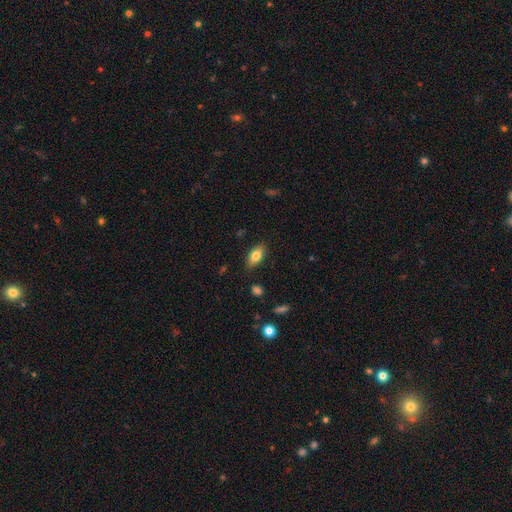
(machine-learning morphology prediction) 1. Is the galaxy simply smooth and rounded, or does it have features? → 77% smooth, 15% featured or disk, 8% star or artifact.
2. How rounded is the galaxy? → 87% in between, 9% cigar-shaped, 4% round.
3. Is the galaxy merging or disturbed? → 84% none, 12% minor disturbance, 3% major disturbance, 1% merger.